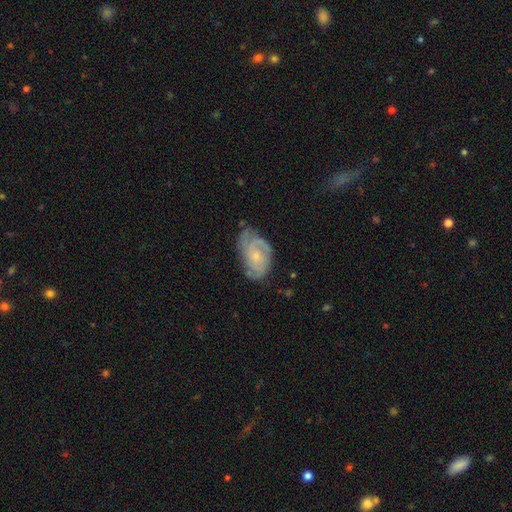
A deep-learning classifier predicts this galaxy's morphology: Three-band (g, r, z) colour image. It shows a featured or disk galaxy (76%) with no bar (72%), 2 (40%) tight (52%) spiral arms (93%) and a small central bulge (62%). Merging: none (60%).